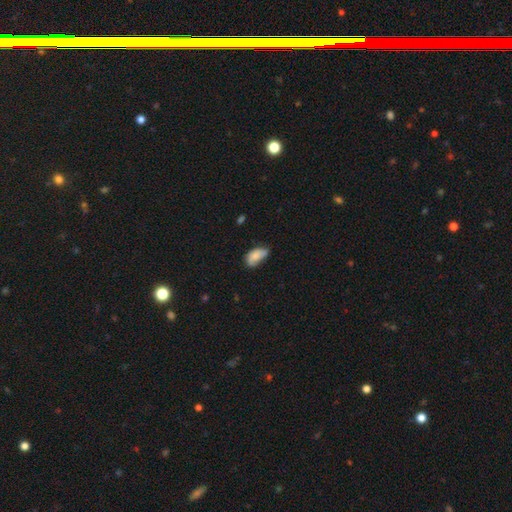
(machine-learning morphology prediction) smooth-or-featured: smooth: 79% | featured or disk: 13% | star or artifact: 7%
  how-rounded: in between: 93% | round: 4% | cigar-shaped: 3%
  merging: none: 44% | minor disturbance: 43% | major disturbance: 10% | merger: 3%